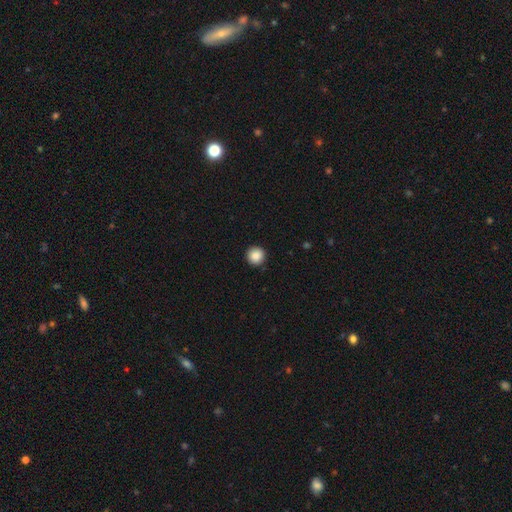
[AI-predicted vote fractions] Morphology: type=smooth (88%); roundness=round (96%); merging=none (92%).